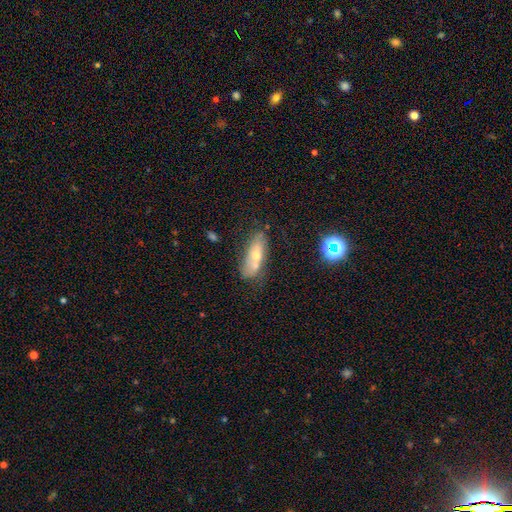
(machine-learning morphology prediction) Smooth or featured? Predicted: smooth (p=0.49). Merging? Predicted: none (p=0.53).